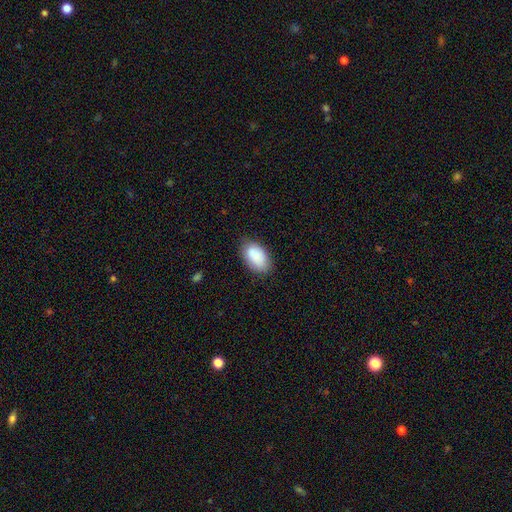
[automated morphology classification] This appears to be a smooth galaxy with no disk features (87%) that is in between round and cigar-shaped (94%). Merging: none (78%).